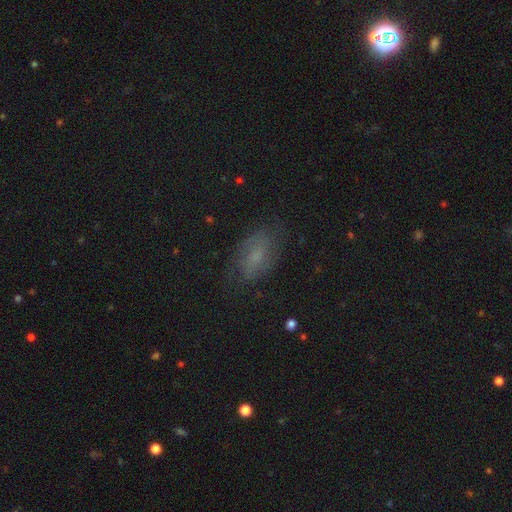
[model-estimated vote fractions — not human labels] Smooth or featured: smooth — 49% (featured or disk — 34%)
Merging: none — 71% (minor disturbance — 19%)